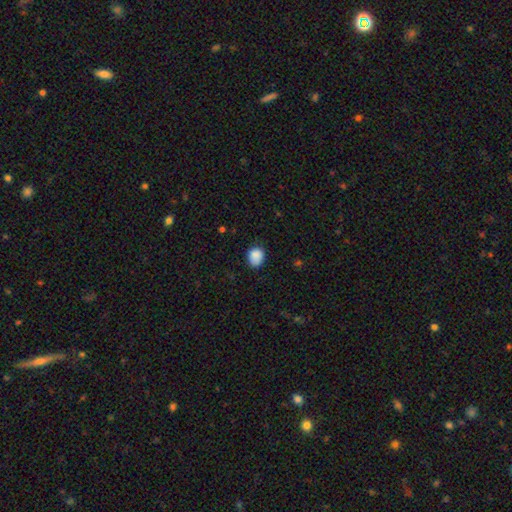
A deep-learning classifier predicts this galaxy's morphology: A smooth galaxy with no disk features (87%) that is round (59%). Merging: none (71%).